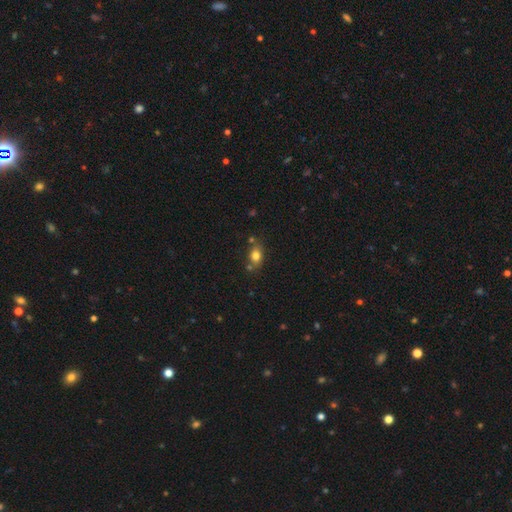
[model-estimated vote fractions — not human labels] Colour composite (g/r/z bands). It shows a smooth galaxy with no disk features (78%) that is in between round and cigar-shaped (70%). Merging: none (68%).